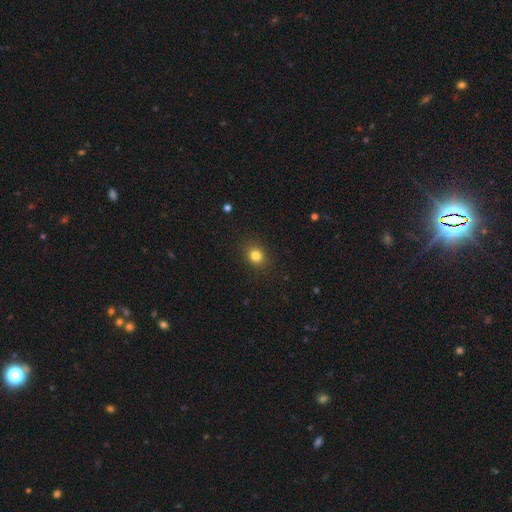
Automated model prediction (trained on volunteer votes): Smooth or featured? Predicted: smooth (p=0.82). How rounded? Predicted: round (p=0.72). Merging? Predicted: none (p=0.89).